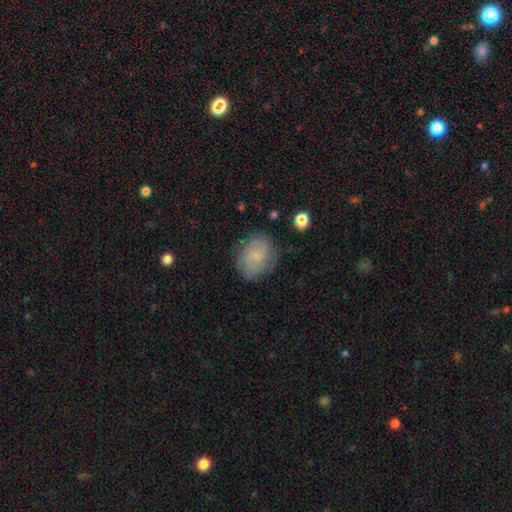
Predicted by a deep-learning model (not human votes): Smooth or featured?
  - smooth: 65% *
  - featured or disk: 26%
  - star or artifact: 9%
How rounded?
  - in between: 52% *
  - round: 47%
  - cigar-shaped: 1%
Merging?
  - none: 76% *
  - minor disturbance: 17%
  - major disturbance: 5%
  - merger: 1%